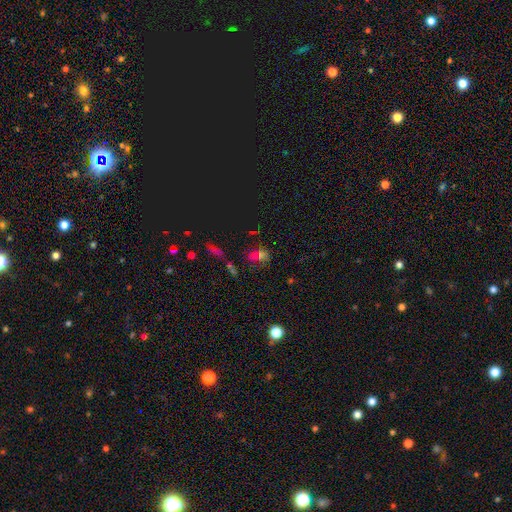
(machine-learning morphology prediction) Smooth or featured? smooth (46%)
Merging? none (47%)